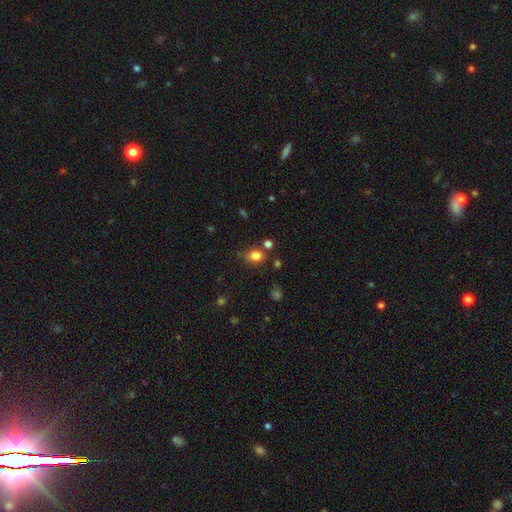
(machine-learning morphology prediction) type=smooth (81%); roundness=round (50%); merging=none (68%).